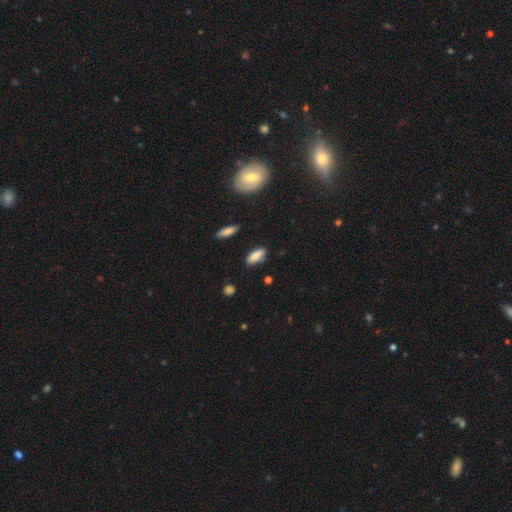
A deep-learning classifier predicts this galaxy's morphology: smooth-or-featured: smooth: 81% | featured or disk: 12% | star or artifact: 7%
  how-rounded: in between: 76% | cigar-shaped: 22% | round: 3%
  merging: none: 84% | minor disturbance: 12% | major disturbance: 2% | merger: 2%